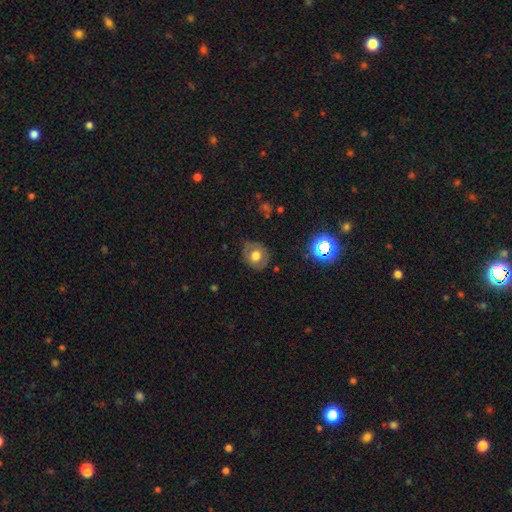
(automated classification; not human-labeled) Morphology: type=smooth (67%); roundness=round (73%); merging=none (78%).